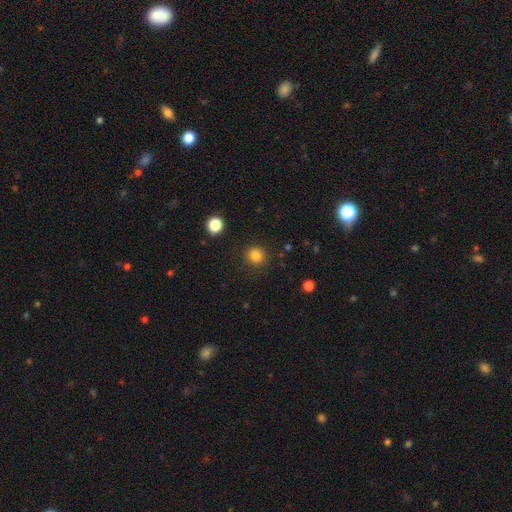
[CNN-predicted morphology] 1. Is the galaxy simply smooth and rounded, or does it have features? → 83% smooth, 12% star or artifact, 4% featured or disk.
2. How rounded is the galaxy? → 93% round, 6% in between, 1% cigar-shaped.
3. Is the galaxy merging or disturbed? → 90% none, 6% minor disturbance, 3% major disturbance, 1% merger.